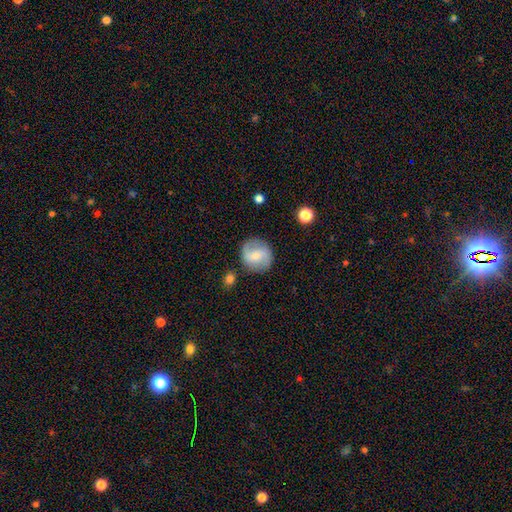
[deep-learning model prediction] Smooth or featured? Predicted: smooth (p=0.48). Merging? Predicted: none (p=0.82).